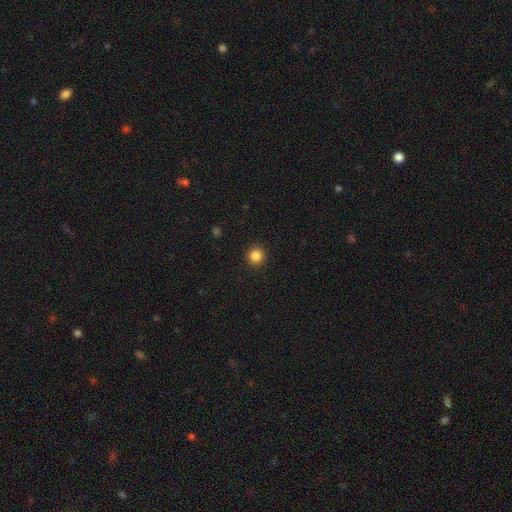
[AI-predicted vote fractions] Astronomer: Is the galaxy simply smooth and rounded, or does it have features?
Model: smooth — 86%.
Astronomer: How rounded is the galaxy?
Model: round — 94%.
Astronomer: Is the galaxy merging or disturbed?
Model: none — 93%.